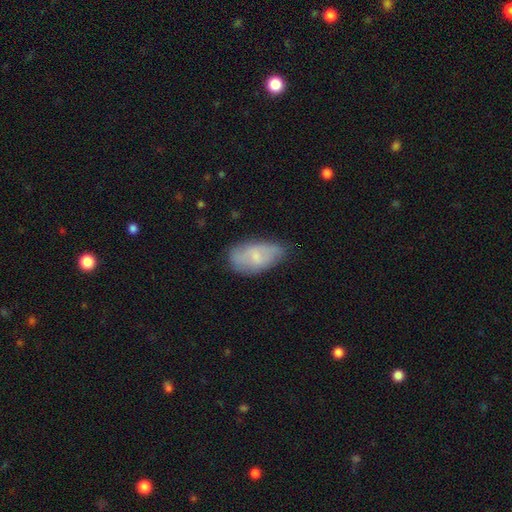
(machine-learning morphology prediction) This is possibly a smooth galaxy (60%). How rounded: clearly in between (93%). Merging: possibly none (56%).